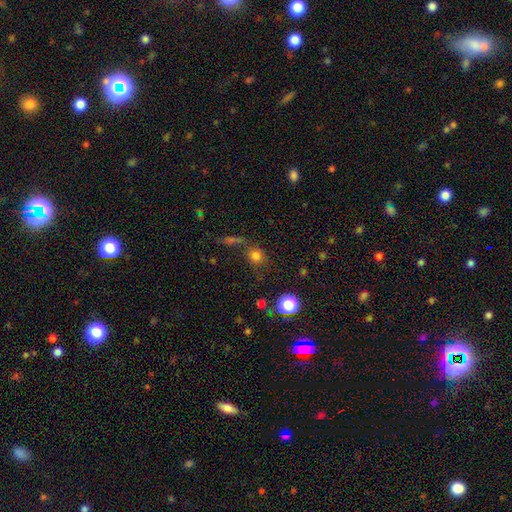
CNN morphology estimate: type=smooth (74%); roundness=round (84%); merging=none (62%).